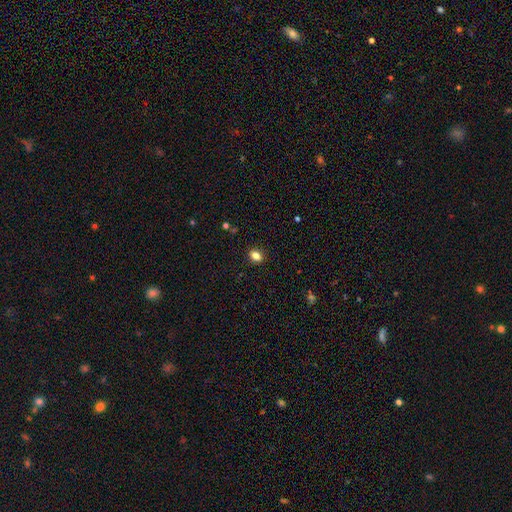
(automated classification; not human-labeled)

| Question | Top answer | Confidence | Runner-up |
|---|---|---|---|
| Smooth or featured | smooth | 82% | star or artifact (12%) |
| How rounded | in between | 68% | round (31%) |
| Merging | none | 89% | minor disturbance (8%) |